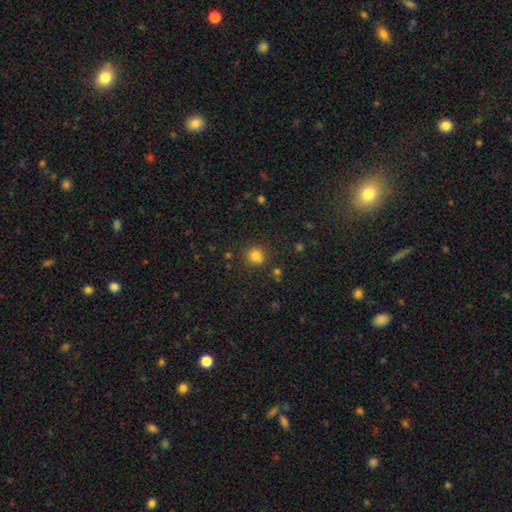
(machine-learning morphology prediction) Smooth or featured?
  - smooth: 80% *
  - star or artifact: 14%
  - featured or disk: 6%
How rounded?
  - round: 86% *
  - in between: 13%
  - cigar-shaped: 1%
Merging?
  - none: 76% *
  - minor disturbance: 13%
  - merger: 8%
  - major disturbance: 4%